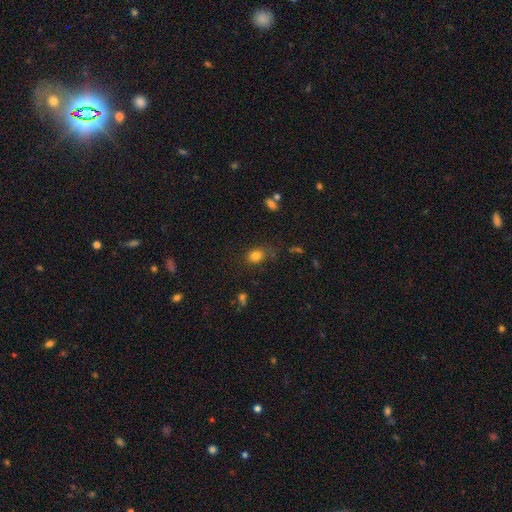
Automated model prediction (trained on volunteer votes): This is clearly a smooth galaxy (81%). How rounded: possibly round (52%). Merging: likely none (70%).